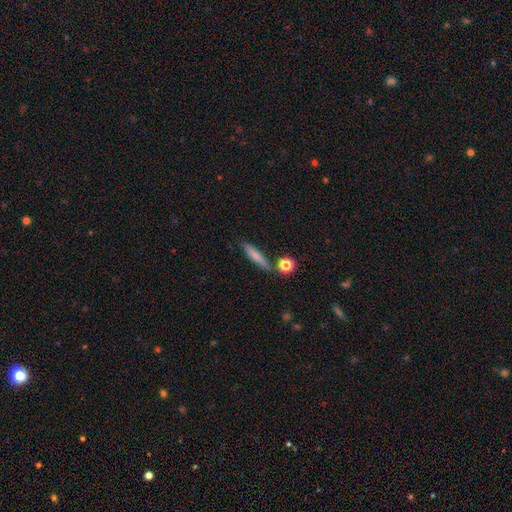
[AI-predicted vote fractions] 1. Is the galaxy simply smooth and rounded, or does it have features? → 75% smooth, 17% featured or disk, 8% star or artifact.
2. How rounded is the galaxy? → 81% cigar-shaped, 15% in between, 4% round.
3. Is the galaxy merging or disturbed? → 76% none, 13% minor disturbance, 7% merger, 3% major disturbance.